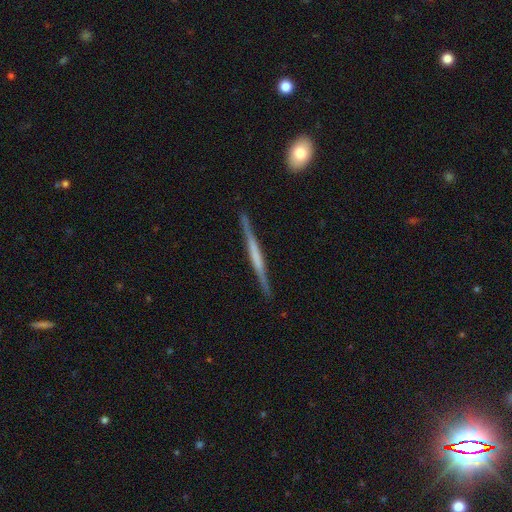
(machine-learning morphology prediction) Overall: featured or disk (67%). Edge-on disk: yes (98%). Edge-on bulge: none (61%; boxy 22%). Merging: none (88%).